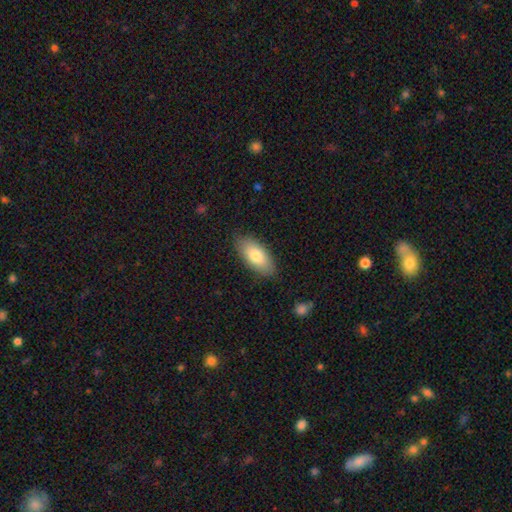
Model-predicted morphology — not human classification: type=smooth (78%); roundness=in between (88%); merging=none (85%).